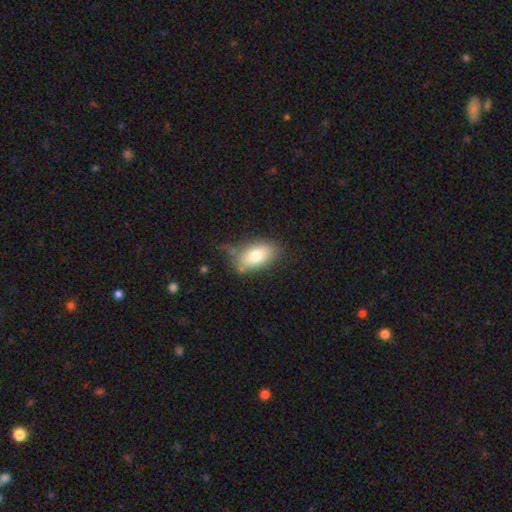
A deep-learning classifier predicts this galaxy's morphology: Overall: smooth (76%). How rounded: in between (91%). Merging: none (66%).